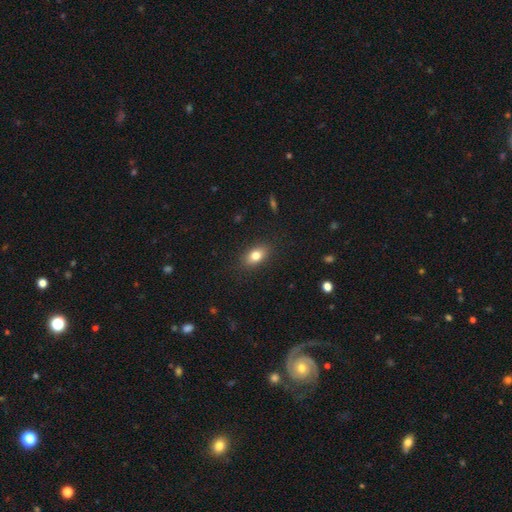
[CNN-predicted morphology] Smooth or featured? smooth (80%)
How rounded? in between (83%)
Merging? none (86%)